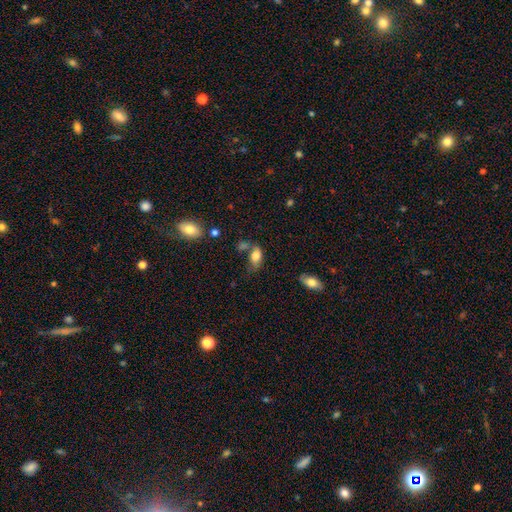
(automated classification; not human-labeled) smooth_or_featured: smooth (p=0.79) [alt: featured or disk p=0.12]
how_rounded: in between (p=0.89) [alt: round p=0.07]
merging: none (p=0.43) [alt: minor disturbance p=0.27]